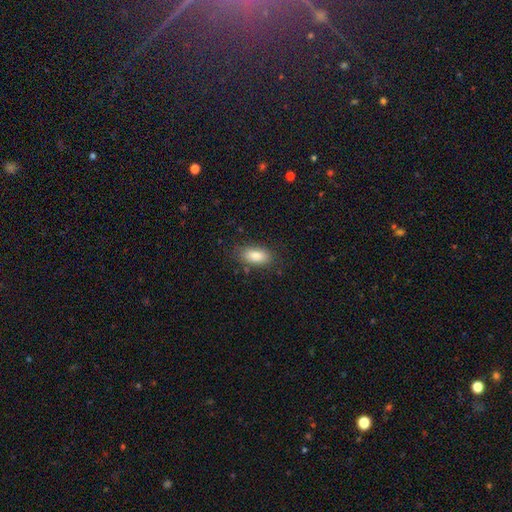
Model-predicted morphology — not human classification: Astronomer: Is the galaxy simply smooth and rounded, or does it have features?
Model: smooth — 82%.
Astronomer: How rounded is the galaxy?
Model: in between — 89%.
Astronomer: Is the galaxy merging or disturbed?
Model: none — 82%.